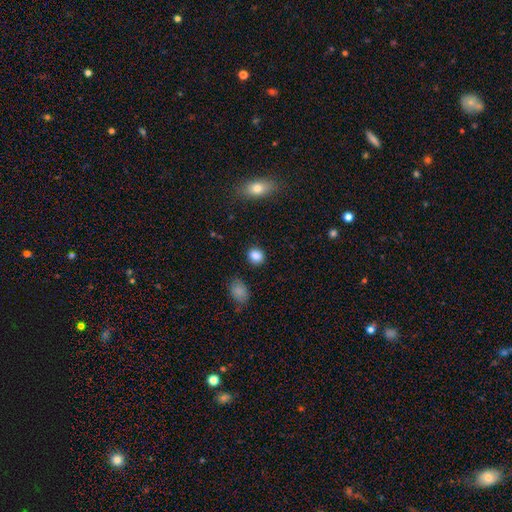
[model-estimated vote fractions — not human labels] This appears to be a smooth galaxy with no disk features (86%) that is round (70%). Merging: none (88%).